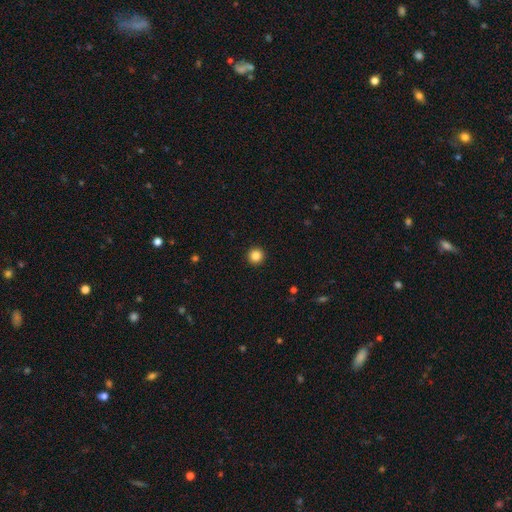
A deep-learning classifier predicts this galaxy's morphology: This is clearly a smooth galaxy (85%). How rounded: clearly round (96%). Merging: clearly none (94%).